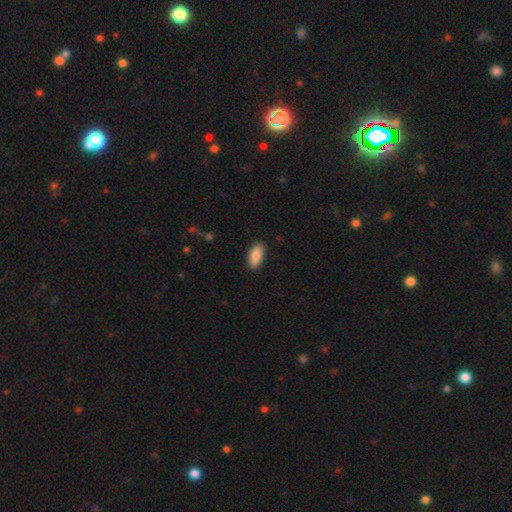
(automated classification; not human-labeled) Smooth or featured? smooth (88%)
How rounded? in between (89%)
Merging? none (89%)